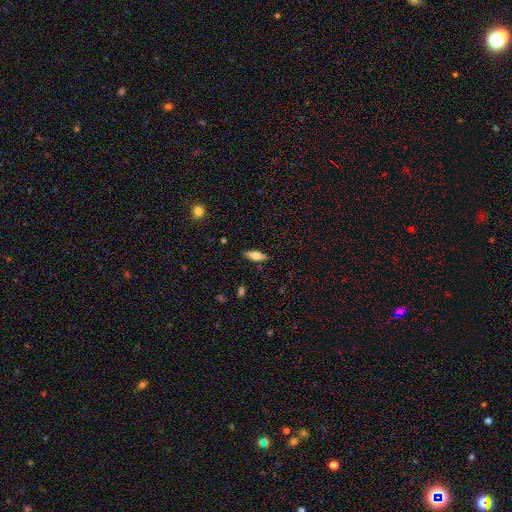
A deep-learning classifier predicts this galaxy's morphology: A smooth galaxy with no disk features (64%) that is in between round and cigar-shaped (57%).

Vote fractions:
- Smooth or featured? smooth: 64% / featured or disk: 29% / star or artifact: 7%
- How rounded? in between: 57% / cigar-shaped: 40% / round: 2%
- Merging? none: 87% / minor disturbance: 10% / major disturbance: 2% / merger: 1%